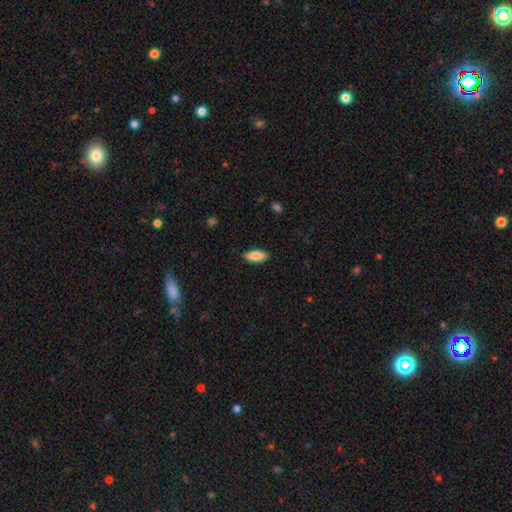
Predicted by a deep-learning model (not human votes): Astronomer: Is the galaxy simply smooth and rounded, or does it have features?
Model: smooth — 82%.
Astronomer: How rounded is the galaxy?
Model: in between — 68%.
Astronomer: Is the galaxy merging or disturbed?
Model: none — 88%.